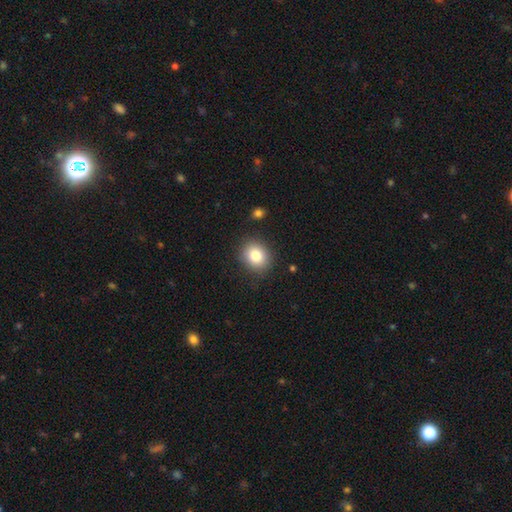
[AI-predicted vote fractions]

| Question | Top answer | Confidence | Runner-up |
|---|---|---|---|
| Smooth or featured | smooth | 82% | star or artifact (10%) |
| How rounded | round | 67% | in between (32%) |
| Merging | none | 86% | minor disturbance (9%) |